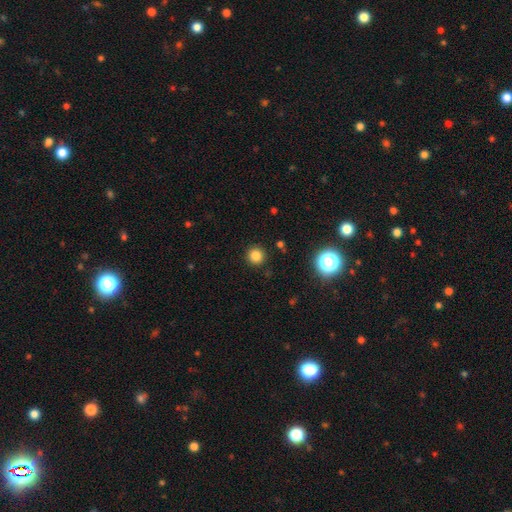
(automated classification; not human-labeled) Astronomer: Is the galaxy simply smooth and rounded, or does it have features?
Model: smooth — 82%.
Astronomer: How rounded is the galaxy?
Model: round — 94%.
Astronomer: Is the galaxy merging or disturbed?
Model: none — 91%.